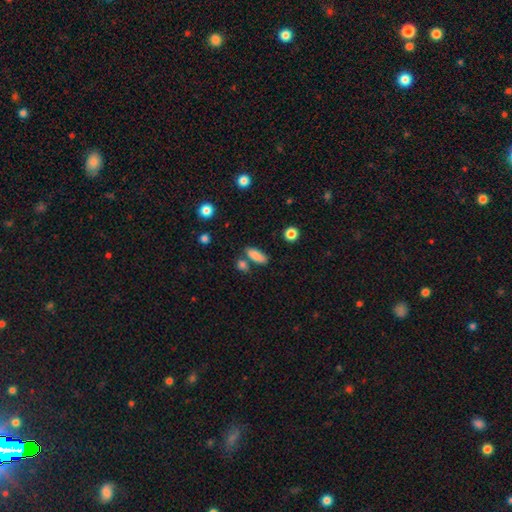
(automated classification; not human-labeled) This appears to be a smooth galaxy with no disk features (86%) that is in between round and cigar-shaped (72%). Merging: none (70%).